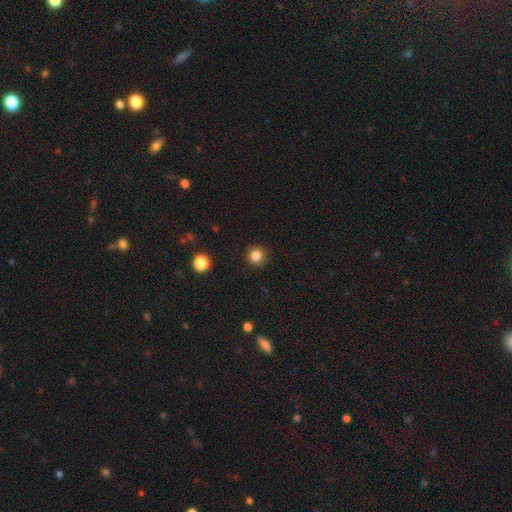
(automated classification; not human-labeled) Smooth or featured? smooth (84%)
How rounded? round (92%)
Merging? none (91%)